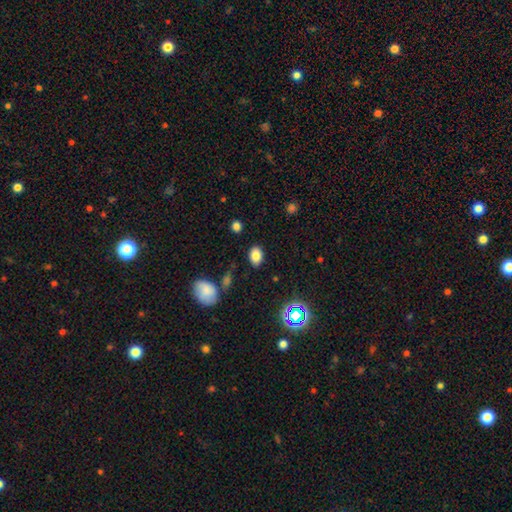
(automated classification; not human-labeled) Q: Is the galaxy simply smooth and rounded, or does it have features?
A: smooth — 83%.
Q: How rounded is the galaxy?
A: in between — 81%.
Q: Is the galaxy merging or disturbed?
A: none — 85%.